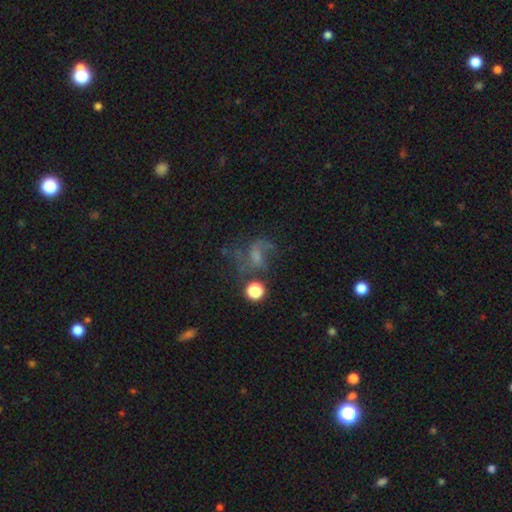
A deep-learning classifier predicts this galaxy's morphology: This is possibly a featured or disk galaxy (55%). It is clearly not viewed edge-on (97%). Bar: possibly no (51%). Spiral arm pattern: likely yes (77%). Central bulge: marginally none (37%). Merging: marginally none (43%).